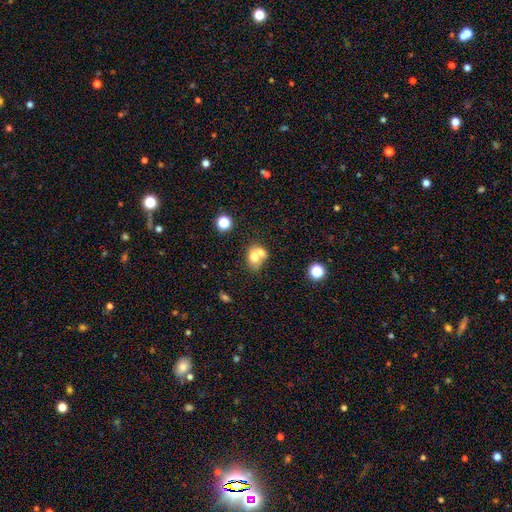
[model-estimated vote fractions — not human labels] Overall: smooth (67%). How rounded: in between (50%; round 49%). Merging: merger (65%).